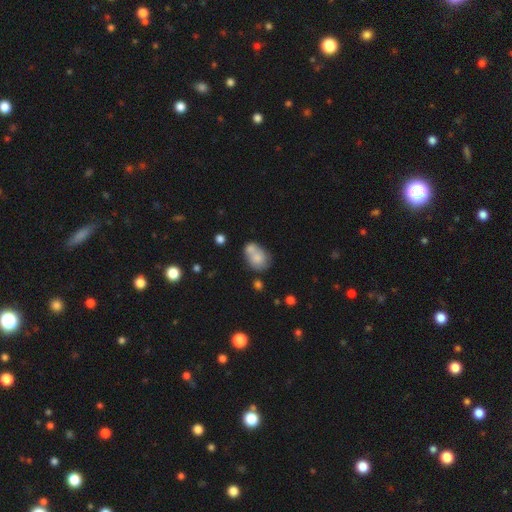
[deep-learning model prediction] This is likely a smooth galaxy (74%). How rounded: likely in between (63%). Merging: possibly merger (50%).